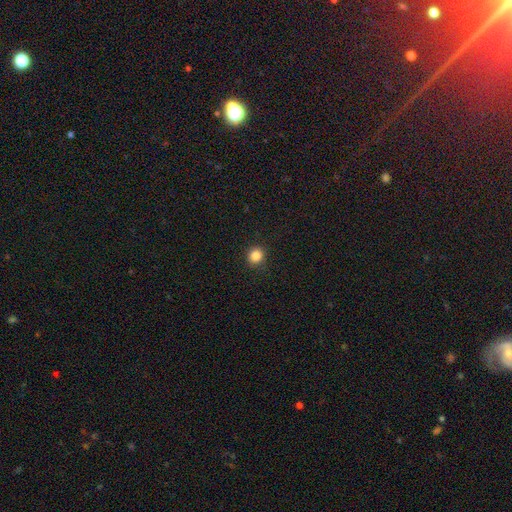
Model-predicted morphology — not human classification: Smooth or featured? smooth (85%)
How rounded? round (89%)
Merging? none (91%)